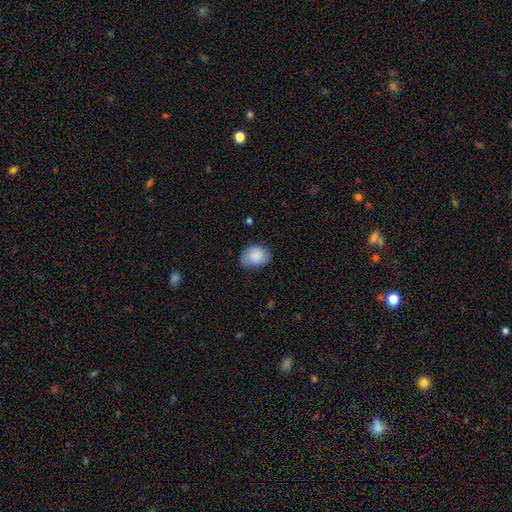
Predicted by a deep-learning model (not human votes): Smooth or featured? Predicted: smooth (p=0.83). How rounded? Predicted: in between (p=0.62). Merging? Predicted: none (p=0.67).